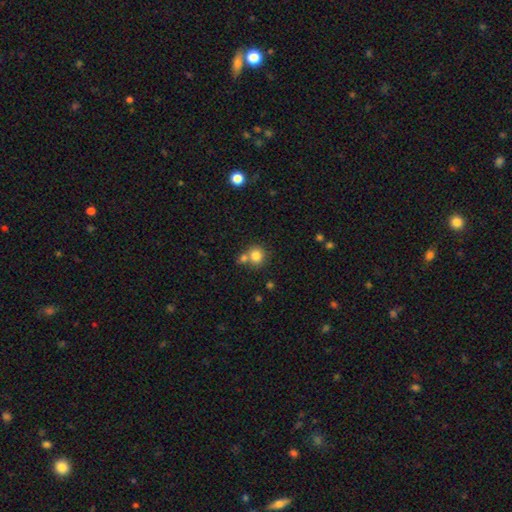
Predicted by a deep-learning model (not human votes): Smooth or featured?
  - smooth: 81% *
  - star or artifact: 11%
  - featured or disk: 8%
How rounded?
  - round: 86% *
  - in between: 13%
  - cigar-shaped: 1%
Merging?
  - none: 57% *
  - merger: 31%
  - minor disturbance: 9%
  - major disturbance: 3%